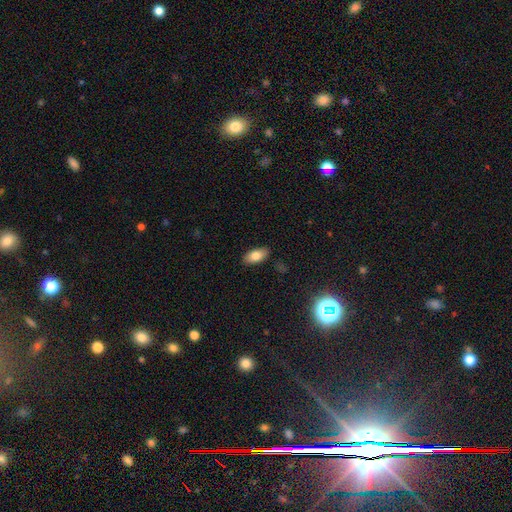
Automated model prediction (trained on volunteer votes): This appears to be a smooth galaxy with no disk features (80%) that is in between round and cigar-shaped (90%). Merging: none (87%).